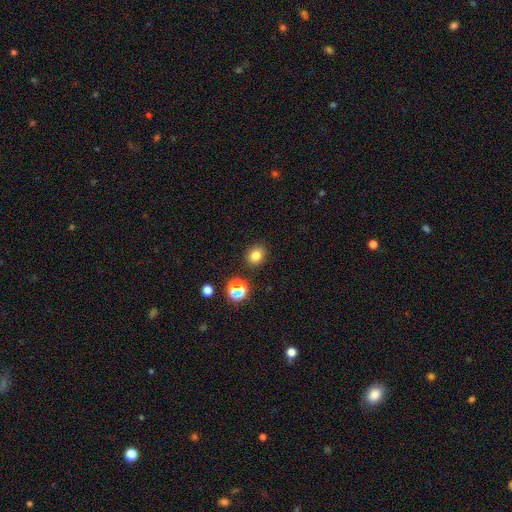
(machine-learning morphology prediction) type=smooth (80%); roundness=round (69%); merging=none (88%).